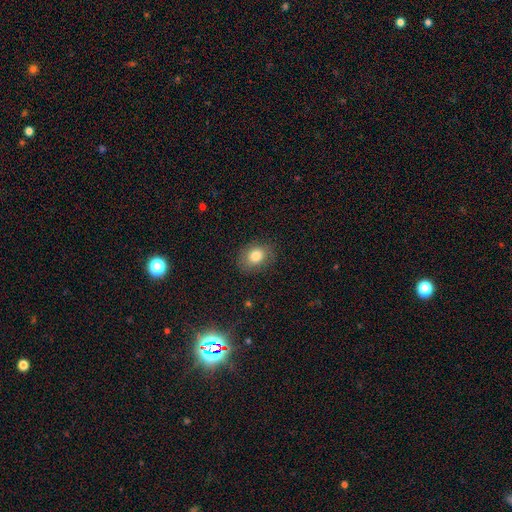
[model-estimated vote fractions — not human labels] Smooth or featured? smooth (80%)
How rounded? in between (52%)
Merging? none (81%)